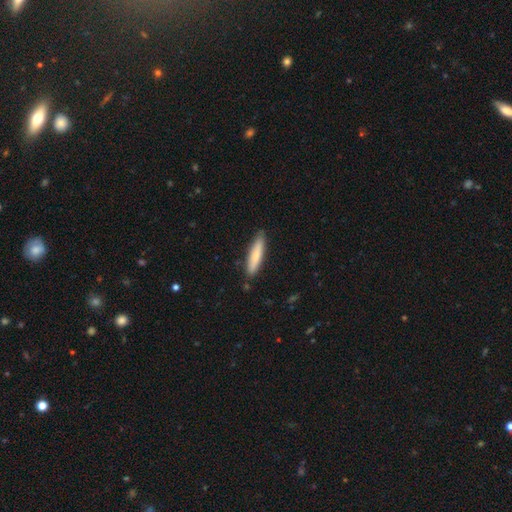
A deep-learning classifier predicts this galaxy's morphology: A smooth galaxy with no disk features (75%) that is cigar-shaped (84%).

Vote fractions:
- Smooth or featured? smooth: 75% / featured or disk: 19% / star or artifact: 5%
- How rounded? cigar-shaped: 84% / in between: 15% / round: 1%
- Merging? none: 85% / minor disturbance: 11% / major disturbance: 2% / merger: 2%